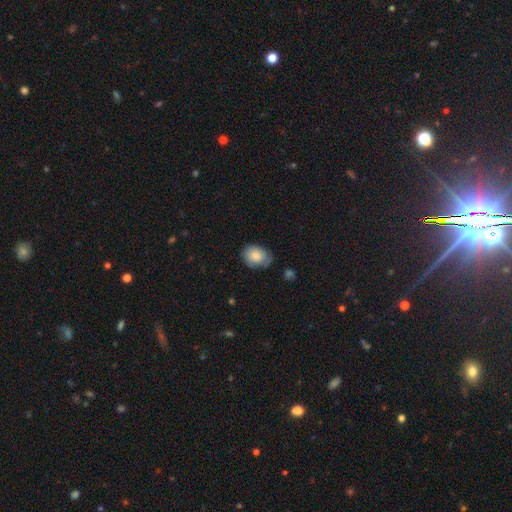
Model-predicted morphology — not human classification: smooth 78%, featured or disk 15%, star or artifact 7%. Down the decision tree: how rounded — in between (64%); merging — none (59%).